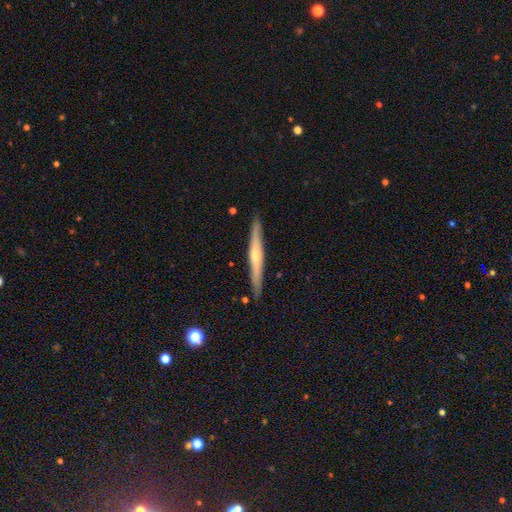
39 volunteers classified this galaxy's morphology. Volunteers were most divided on "edge-on bulge": rounded: 56%, none: 32%, boxy: 12%. More confident: edge-on disk — yes (100%); merging — none (92%); smooth or featured — featured or disk (64%).